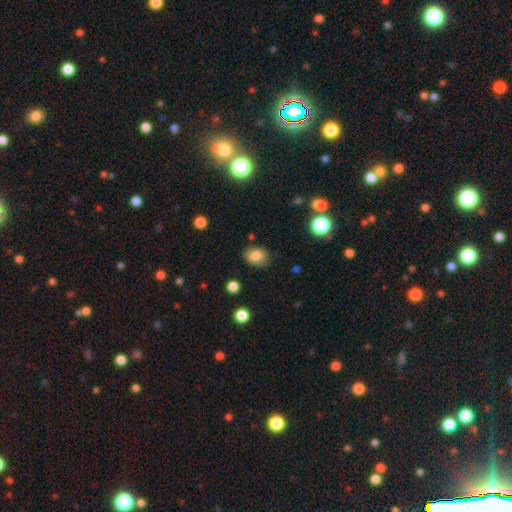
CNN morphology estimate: This is clearly a smooth galaxy (81%). How rounded: likely in between (65%). Merging: likely none (79%).